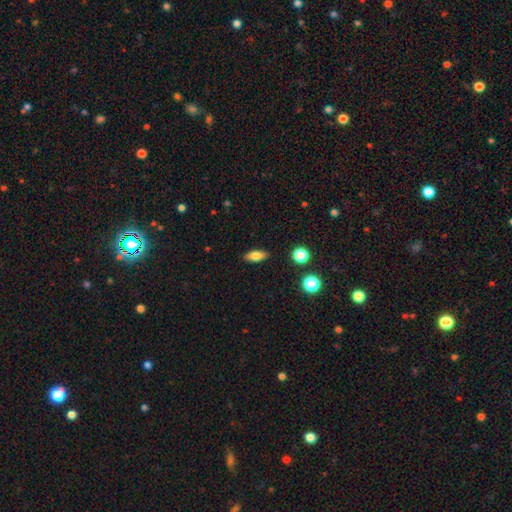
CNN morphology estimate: This is likely a smooth galaxy (77%). How rounded: clearly in between (82%). Merging: clearly none (88%).